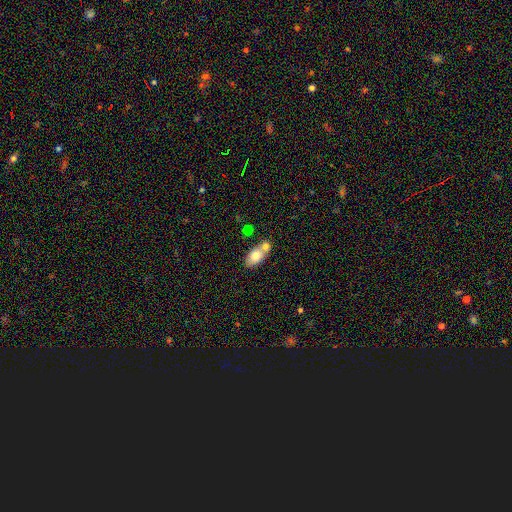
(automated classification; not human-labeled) Overall: smooth (75%). How rounded: in between (84%). Merging: merger (52%; none 35%).